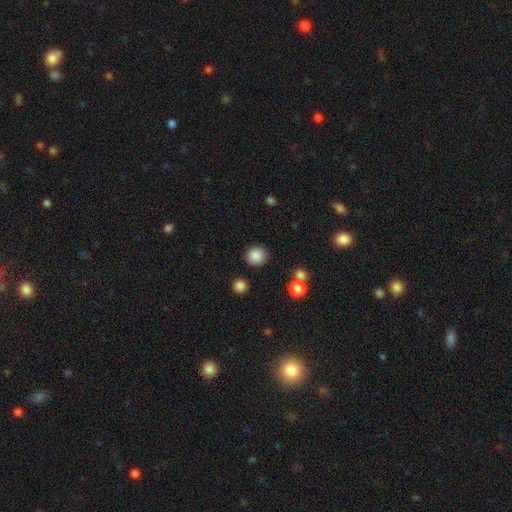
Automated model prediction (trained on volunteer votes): smooth-or-featured: smooth: 87% | star or artifact: 10% | featured or disk: 3%
  how-rounded: round: 91% | in between: 8% | cigar-shaped: 1%
  merging: none: 87% | minor disturbance: 7% | merger: 3% | major disturbance: 3%